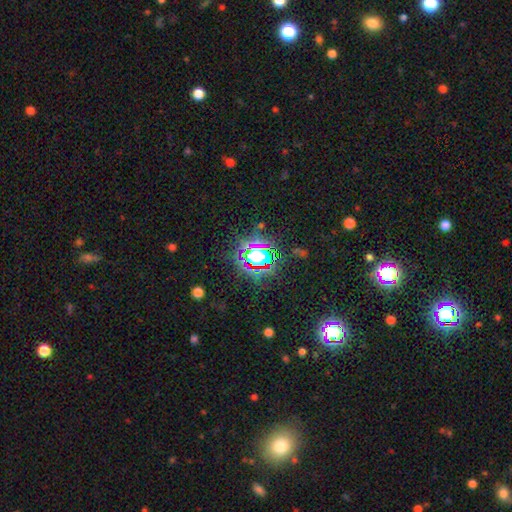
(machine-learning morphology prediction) The model was most divided on "smooth or featured": star or artifact: 71%, smooth: 18%, featured or disk: 10%.